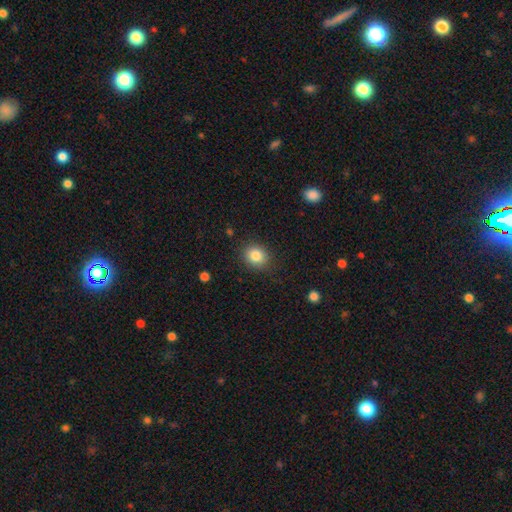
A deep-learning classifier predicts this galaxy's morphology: Smooth or featured: smooth — 84% (star or artifact — 10%)
How rounded: round — 71% (in between — 28%)
Merging: none — 86% (minor disturbance — 10%)